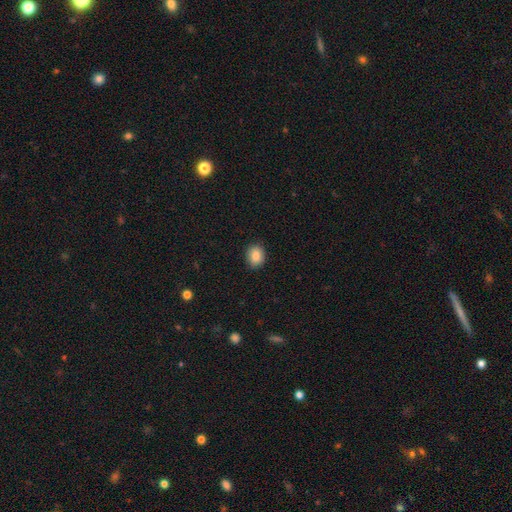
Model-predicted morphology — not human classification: Smooth or featured: smooth — 86% (star or artifact — 9%)
How rounded: in between — 50% (round — 49%)
Merging: none — 88% (minor disturbance — 9%)